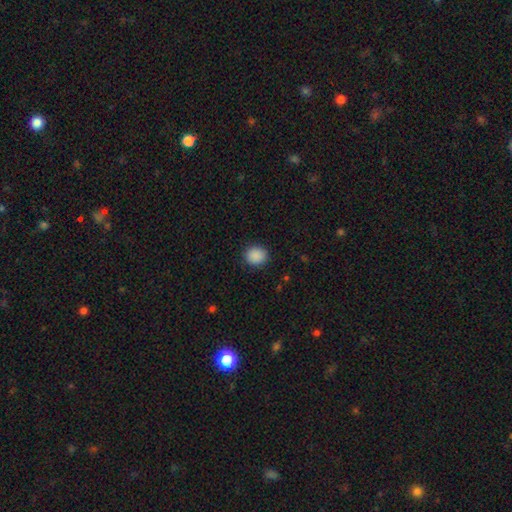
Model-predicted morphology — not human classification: Smooth or featured? smooth (89%)
How rounded? round (81%)
Merging? none (90%)